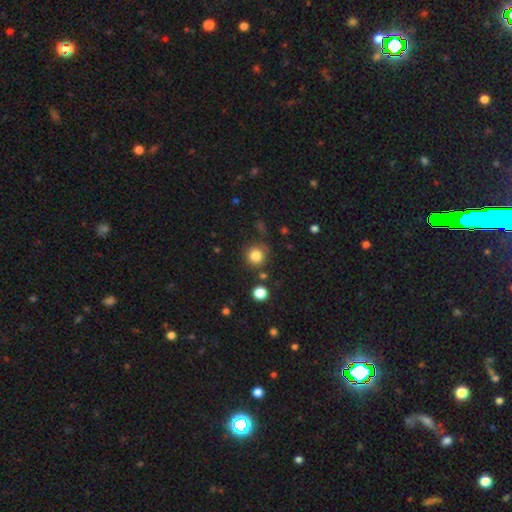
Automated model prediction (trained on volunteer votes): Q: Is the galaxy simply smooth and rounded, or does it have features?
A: smooth — 82%.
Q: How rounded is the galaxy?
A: round — 93%.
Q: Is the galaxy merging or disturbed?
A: none — 79%.